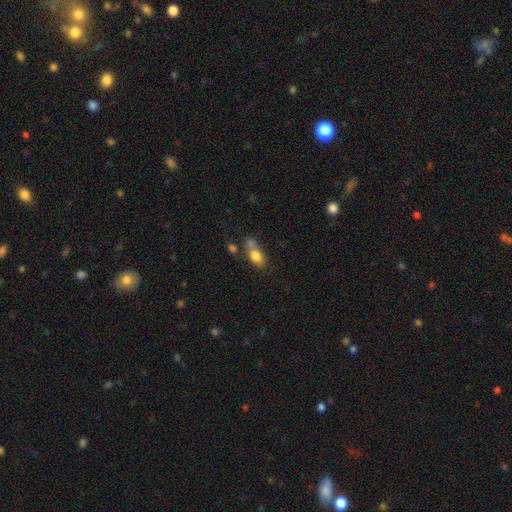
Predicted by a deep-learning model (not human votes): Smooth or featured? smooth (77%)
How rounded? in between (79%)
Merging? none (36%)